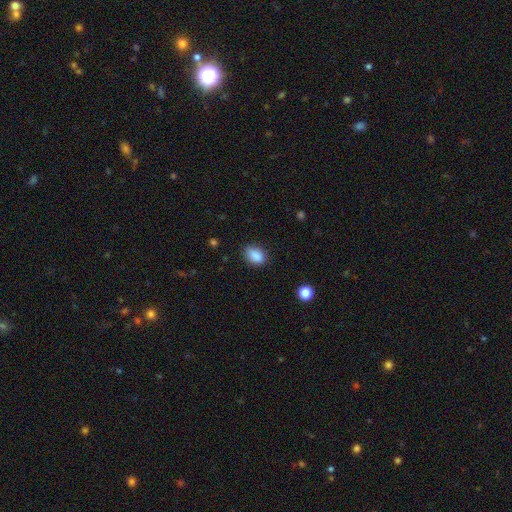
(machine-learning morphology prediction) smooth-or-featured: smooth: 88% | star or artifact: 8% | featured or disk: 4%
  how-rounded: in between: 81% | round: 18% | cigar-shaped: 1%
  merging: none: 78% | minor disturbance: 17% | major disturbance: 3% | merger: 1%